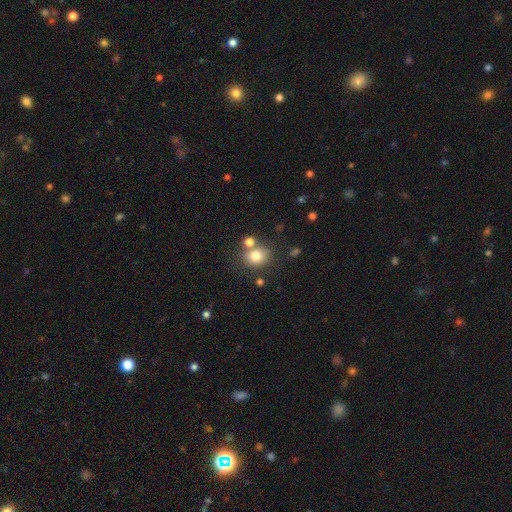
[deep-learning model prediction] Smooth or featured? smooth (79%)
How rounded? round (71%)
Merging? none (66%)